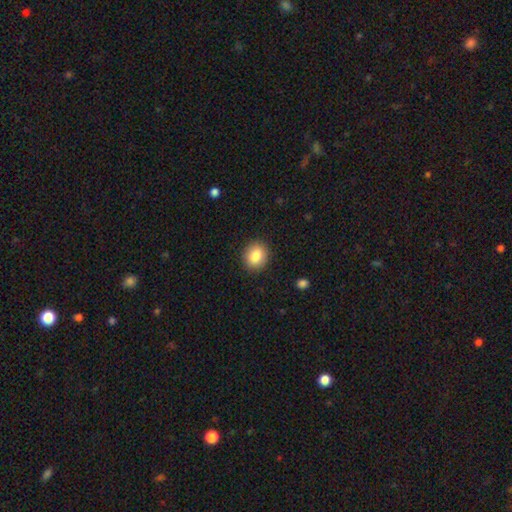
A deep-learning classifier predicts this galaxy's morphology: Smooth or featured: smooth — 85% (star or artifact — 8%)
How rounded: round — 65% (in between — 34%)
Merging: none — 89% (minor disturbance — 8%)